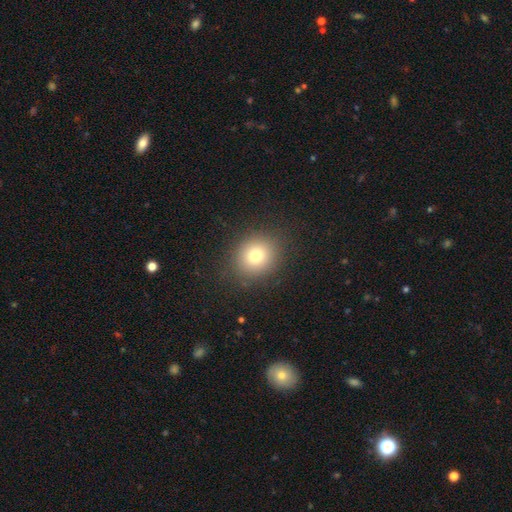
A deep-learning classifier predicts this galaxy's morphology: smooth 76%, star or artifact 14%, featured or disk 10%. Down the decision tree: how rounded — round (77%); merging — none (87%).